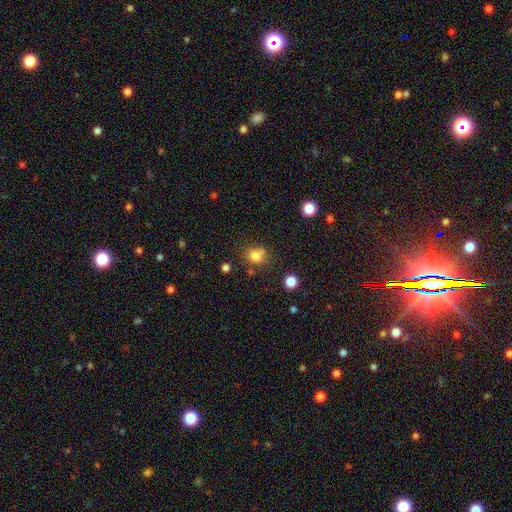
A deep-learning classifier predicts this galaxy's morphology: smooth 79%, star or artifact 14%, featured or disk 8%. Down the decision tree: how rounded — round (76%); merging — none (65%).